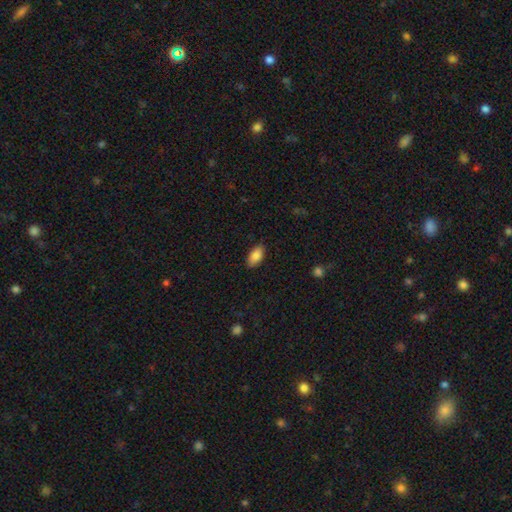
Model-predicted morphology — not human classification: type=smooth (87%); roundness=in between (93%); merging=none (84%).